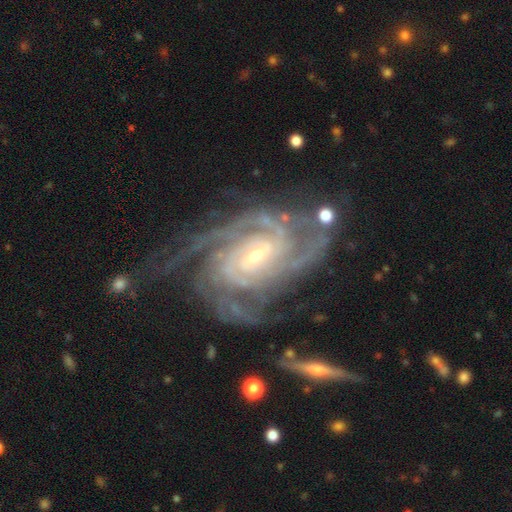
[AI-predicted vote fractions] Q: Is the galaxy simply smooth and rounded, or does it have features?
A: featured or disk — 93%.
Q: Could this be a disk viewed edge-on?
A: no — 97%.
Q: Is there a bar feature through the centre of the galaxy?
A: no — 42%.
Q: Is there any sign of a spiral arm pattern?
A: yes — 99%.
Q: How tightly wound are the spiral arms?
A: tight — 69%.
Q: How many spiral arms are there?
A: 4 — 31%.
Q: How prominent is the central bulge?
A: small — 69%.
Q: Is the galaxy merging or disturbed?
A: none — 61%.